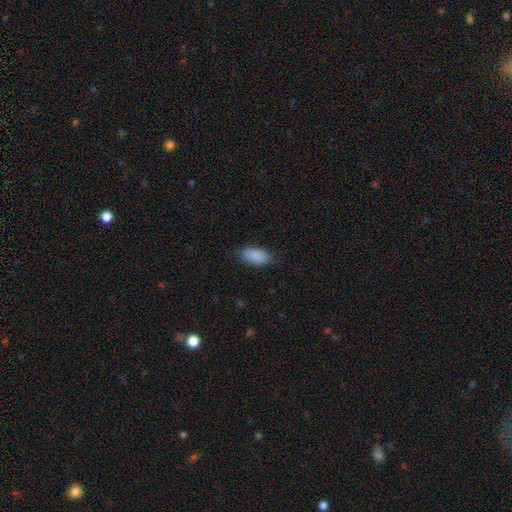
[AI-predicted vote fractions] Q: Smooth or featured?
A: smooth (89%); runner-up: star or artifact (7%)
Q: How rounded?
A: in between (92%); runner-up: cigar-shaped (6%)
Q: Merging?
A: none (79%); runner-up: minor disturbance (16%)